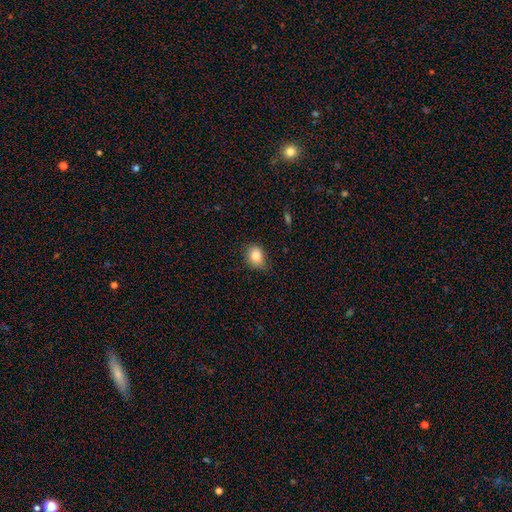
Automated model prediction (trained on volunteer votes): Q: Smooth or featured?
A: smooth (84%); runner-up: star or artifact (10%)
Q: How rounded?
A: round (52%); runner-up: in between (47%)
Q: Merging?
A: none (74%); runner-up: minor disturbance (21%)